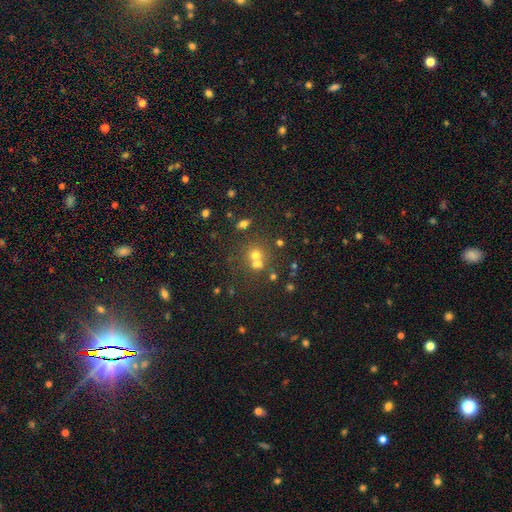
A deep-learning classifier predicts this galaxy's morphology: A smooth galaxy with no disk features (59%) that is round (84%).

Vote fractions:
- Smooth or featured? smooth: 59% / star or artifact: 24% / featured or disk: 17%
- How rounded? round: 84% / in between: 15% / cigar-shaped: 1%
- Merging? none: 48% / merger: 41% / minor disturbance: 8% / major disturbance: 4%